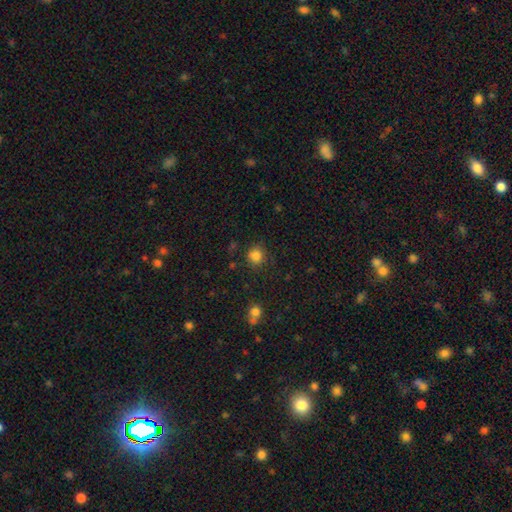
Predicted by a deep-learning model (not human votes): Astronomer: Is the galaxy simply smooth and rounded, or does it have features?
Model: smooth — 83%.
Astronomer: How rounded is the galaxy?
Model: round — 87%.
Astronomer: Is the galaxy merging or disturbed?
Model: none — 82%.